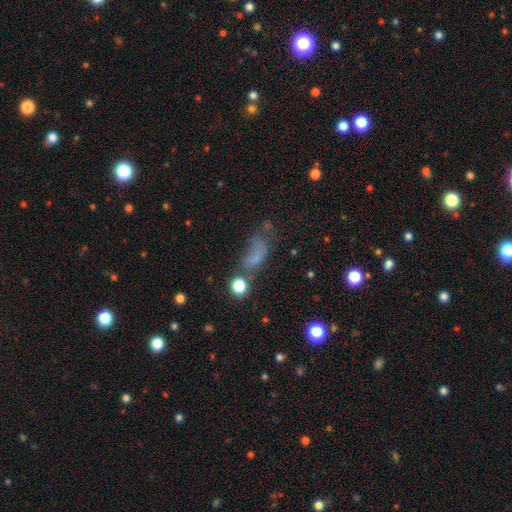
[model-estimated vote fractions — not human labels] This is possibly a smooth galaxy (58%). How rounded: likely in between (74%). Merging: marginally none (33%).